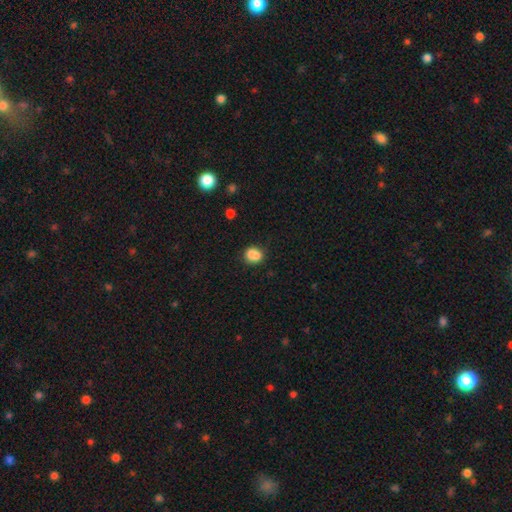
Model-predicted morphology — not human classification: smooth-or-featured: smooth: 84% | star or artifact: 10% | featured or disk: 6%
  how-rounded: round: 59% | in between: 40% | cigar-shaped: 1%
  merging: none: 69% | minor disturbance: 17% | merger: 9% | major disturbance: 4%